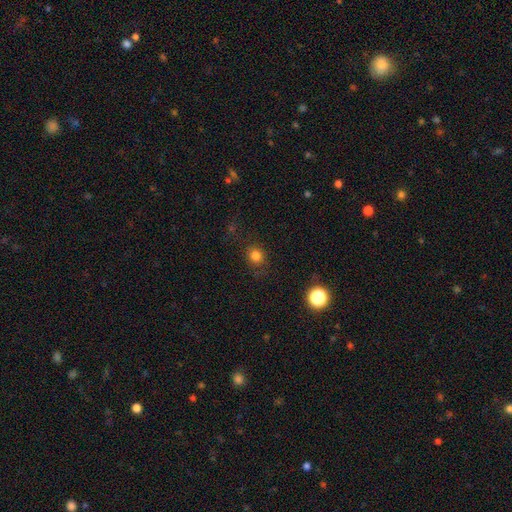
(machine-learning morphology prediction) Smooth or featured? smooth (79%)
How rounded? round (77%)
Merging? none (81%)